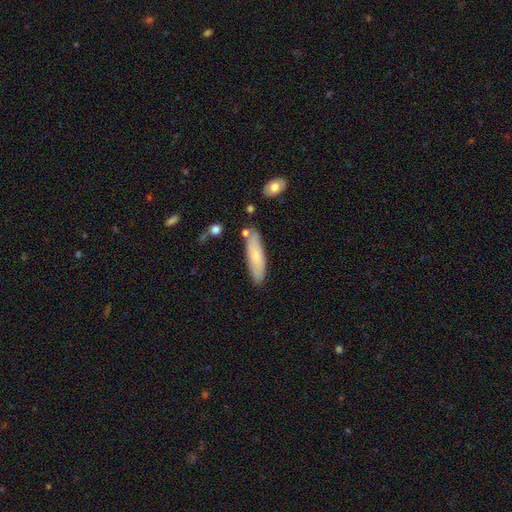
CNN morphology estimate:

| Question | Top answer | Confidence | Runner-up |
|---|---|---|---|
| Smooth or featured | smooth | 66% | featured or disk (27%) |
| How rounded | cigar-shaped | 66% | in between (33%) |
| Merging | none | 79% | minor disturbance (14%) |